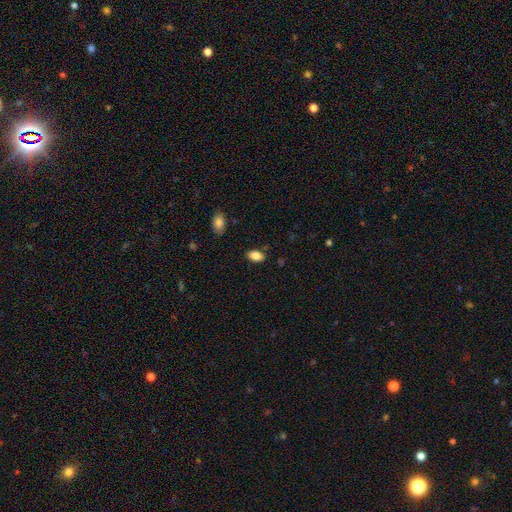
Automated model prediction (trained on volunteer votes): Smooth or featured: smooth — 86% (star or artifact — 8%)
How rounded: in between — 92% (round — 6%)
Merging: none — 85% (minor disturbance — 11%)